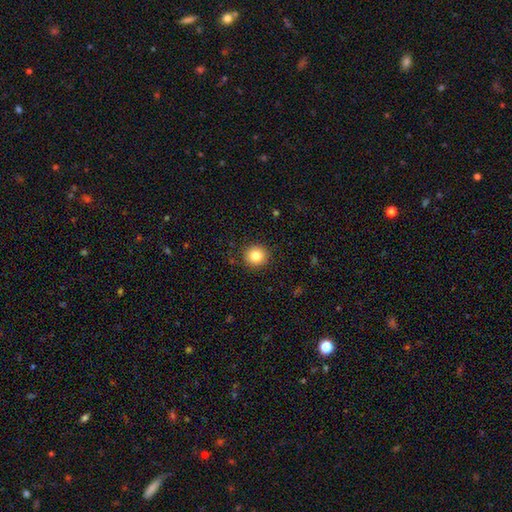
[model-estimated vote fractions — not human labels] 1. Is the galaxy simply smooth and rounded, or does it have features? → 83% smooth, 11% star or artifact, 7% featured or disk.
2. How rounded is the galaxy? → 93% round, 6% in between, 1% cigar-shaped.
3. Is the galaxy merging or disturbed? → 90% none, 6% minor disturbance, 2% major disturbance, 1% merger.